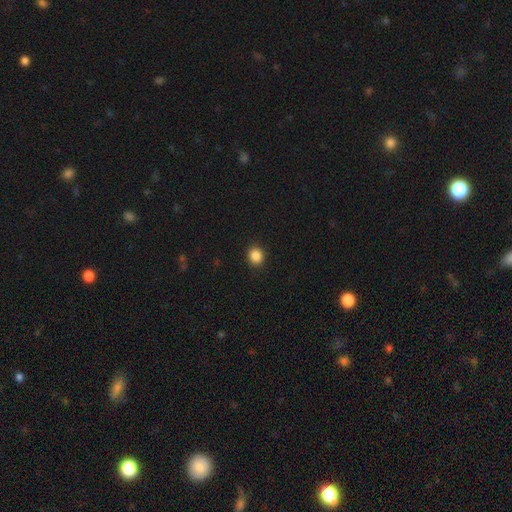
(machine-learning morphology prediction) Smooth or featured? smooth (87%)
How rounded? round (77%)
Merging? none (91%)